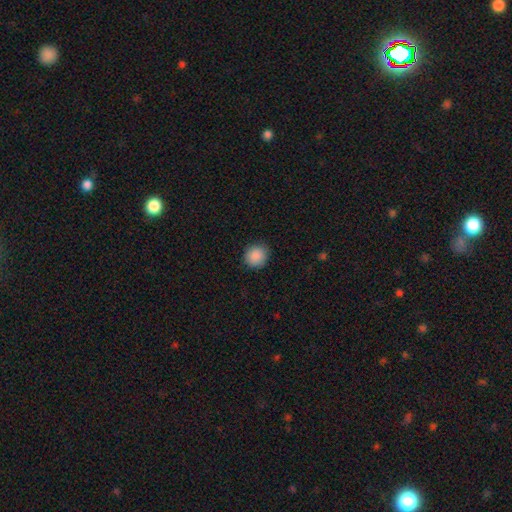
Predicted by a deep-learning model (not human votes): smooth-or-featured: smooth: 89% | star or artifact: 9% | featured or disk: 3%
  how-rounded: round: 90% | in between: 9% | cigar-shaped: 1%
  merging: none: 87% | minor disturbance: 9% | major disturbance: 2% | merger: 1%